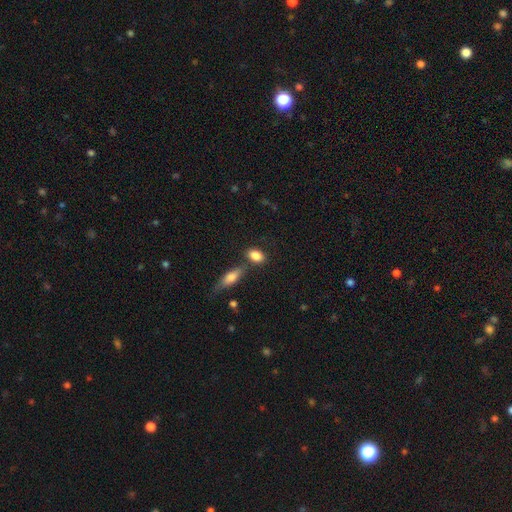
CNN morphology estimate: Smooth or featured: smooth — 85% (star or artifact — 8%)
How rounded: in between — 83% (round — 13%)
Merging: none — 65% (merger — 17%)